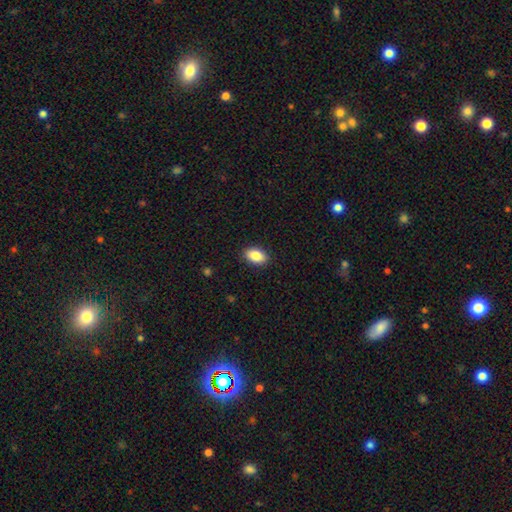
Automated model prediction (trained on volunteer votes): Smooth or featured?
  - smooth: 87% *
  - star or artifact: 7%
  - featured or disk: 6%
How rounded?
  - in between: 91% *
  - round: 7%
  - cigar-shaped: 2%
Merging?
  - none: 90% *
  - minor disturbance: 7%
  - major disturbance: 2%
  - merger: 1%